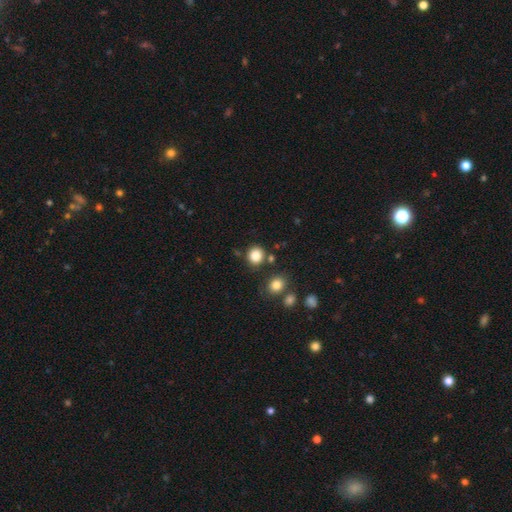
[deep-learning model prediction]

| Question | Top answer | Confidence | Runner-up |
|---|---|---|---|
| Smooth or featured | smooth | 84% | star or artifact (11%) |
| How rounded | round | 87% | in between (12%) |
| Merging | none | 82% | minor disturbance (8%) |